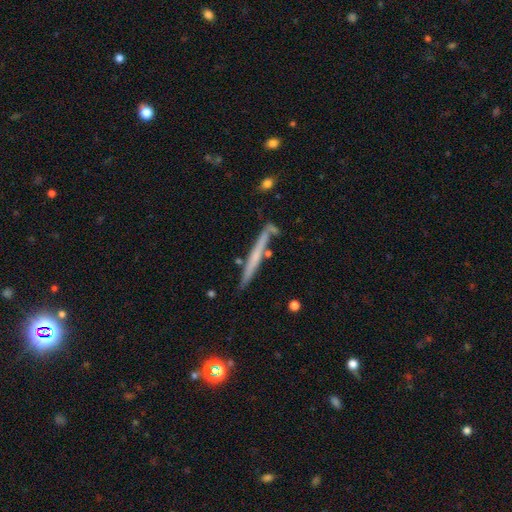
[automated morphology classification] This appears to be a featured or disk galaxy (53%) viewed edge-on (95%) with no central bulge (77%). Merging: none (79%).